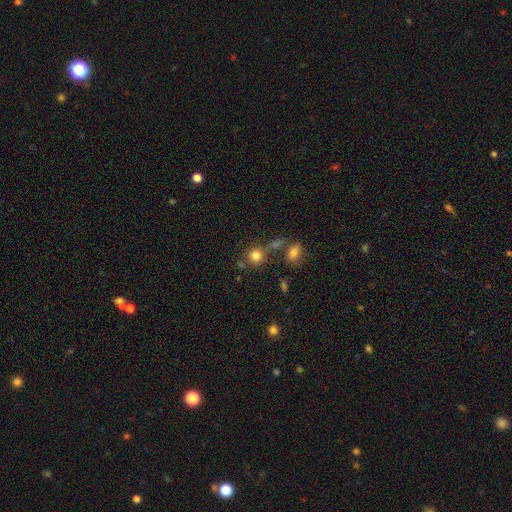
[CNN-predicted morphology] Smooth or featured? Predicted: smooth (p=0.79). How rounded? Predicted: round (p=0.87). Merging? Predicted: none (p=0.62).